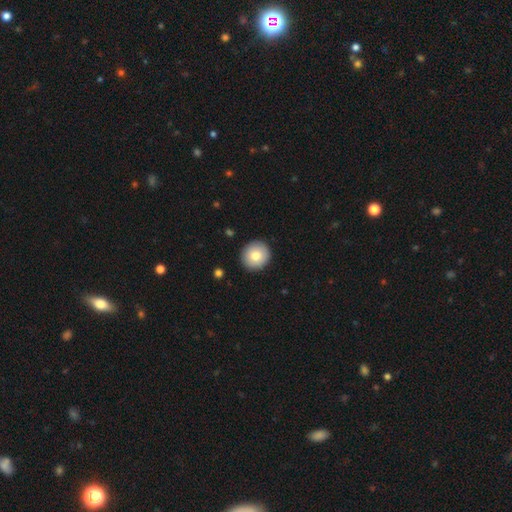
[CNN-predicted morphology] smooth-or-featured: smooth: 78% | featured or disk: 14% | star or artifact: 8%
  how-rounded: round: 93% | in between: 6% | cigar-shaped: 1%
  merging: none: 91% | minor disturbance: 6% | major disturbance: 2% | merger: 1%